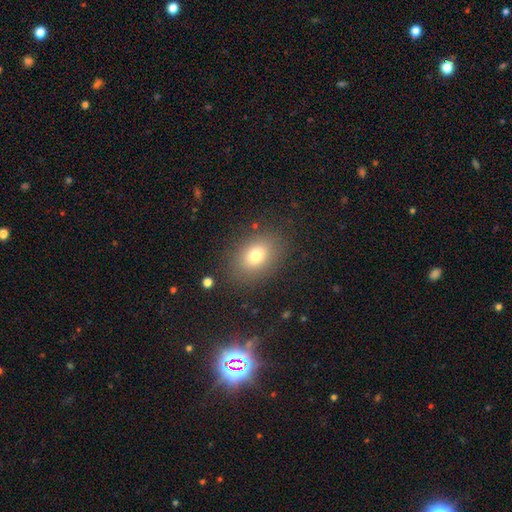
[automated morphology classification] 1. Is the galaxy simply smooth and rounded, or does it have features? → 76% smooth, 12% star or artifact, 12% featured or disk.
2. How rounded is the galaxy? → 69% in between, 30% round, 1% cigar-shaped.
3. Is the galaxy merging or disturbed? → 83% none, 10% minor disturbance, 5% major disturbance, 2% merger.